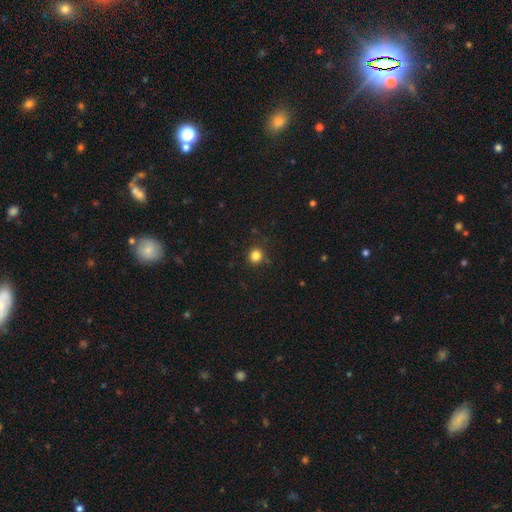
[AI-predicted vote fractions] A smooth galaxy with no disk features (83%) that is round (92%). Merging: none (88%).